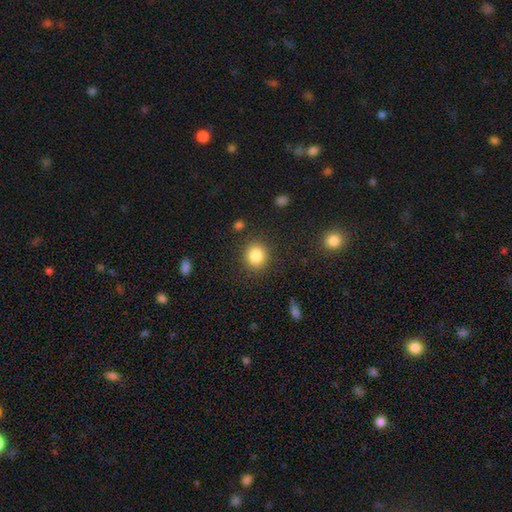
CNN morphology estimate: Q: Smooth or featured?
A: smooth (84%); runner-up: star or artifact (10%)
Q: How rounded?
A: round (82%); runner-up: in between (17%)
Q: Merging?
A: none (87%); runner-up: minor disturbance (8%)